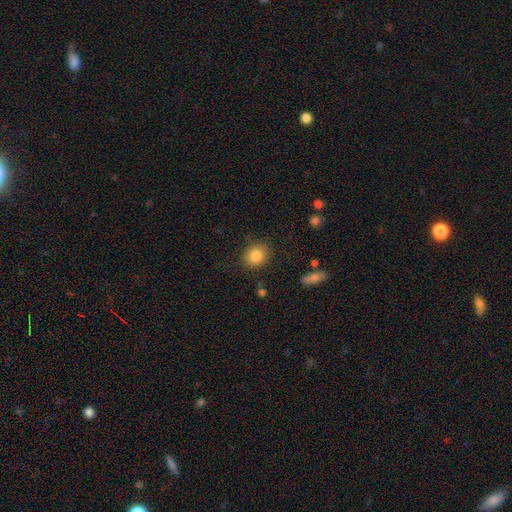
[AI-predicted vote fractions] smooth_or_featured: smooth (p=0.85) [alt: star or artifact p=0.09]
how_rounded: round (p=0.57) [alt: in between p=0.42]
merging: none (p=0.86) [alt: minor disturbance p=0.10]